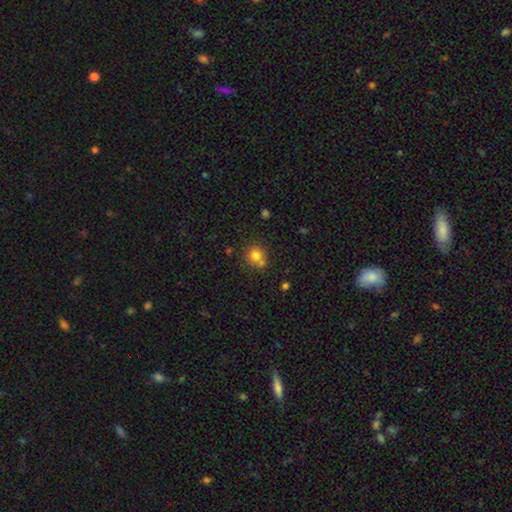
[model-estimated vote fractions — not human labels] Morphology: type=smooth (78%); roundness=round (87%); merging=none (63%).